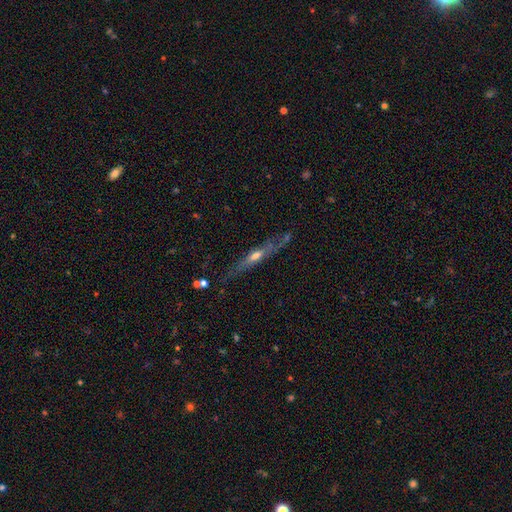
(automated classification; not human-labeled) featured or disk 69%, smooth 23%, star or artifact 8%. Down the decision tree: edge-on disk — yes (84%); edge-on bulge — rounded (70%); merging — none (70%).